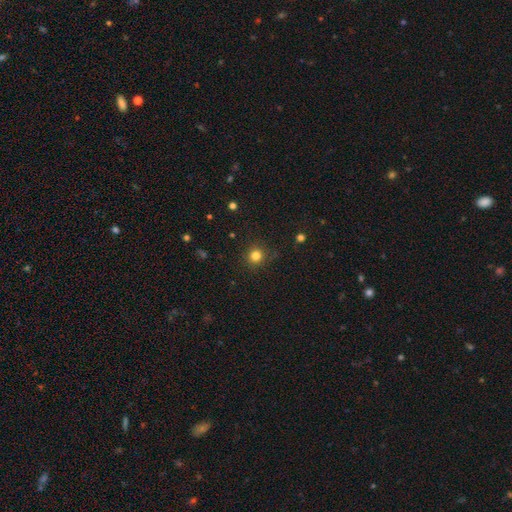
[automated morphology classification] smooth_or_featured: smooth (p=0.81) [alt: star or artifact p=0.14]
how_rounded: round (p=0.93) [alt: in between p=0.06]
merging: none (p=0.89) [alt: minor disturbance p=0.07]